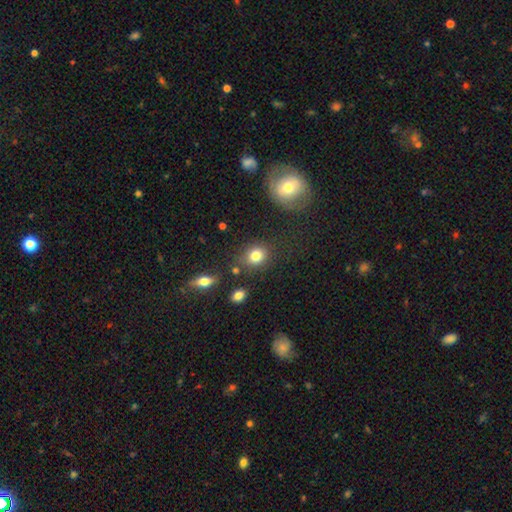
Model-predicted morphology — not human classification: smooth 81%, star or artifact 11%, featured or disk 8%. Down the decision tree: how rounded — round (65%); merging — none (75%).